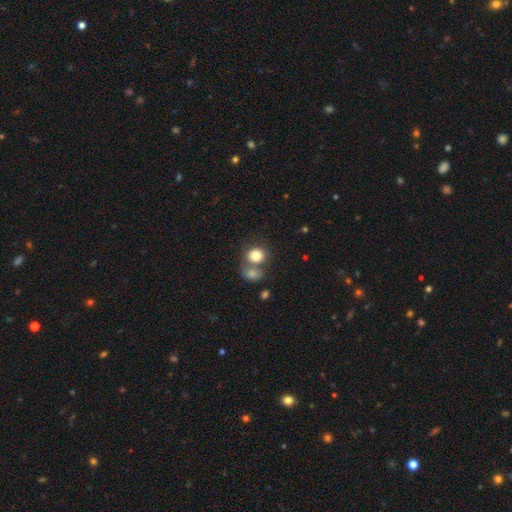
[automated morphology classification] A smooth galaxy with no disk features (79%) that is round (77%).

Vote fractions:
- Smooth or featured? smooth: 79% / featured or disk: 11% / star or artifact: 10%
- How rounded? round: 77% / in between: 22% / cigar-shaped: 1%
- Merging? merger: 43% (tied) / none: 43% (tied) / minor disturbance: 10% / major disturbance: 5%